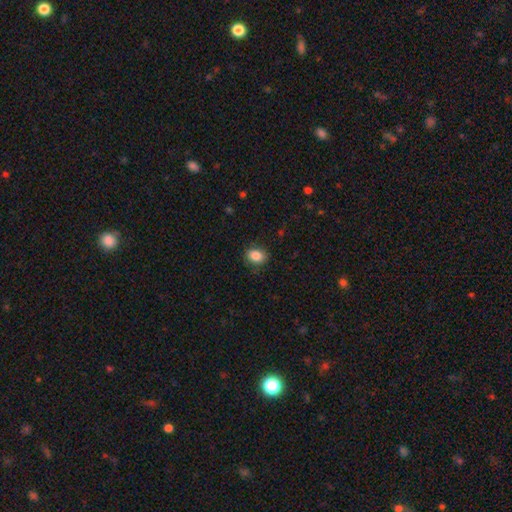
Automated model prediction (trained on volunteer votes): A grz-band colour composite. It shows a smooth galaxy with no disk features (87%) that is in between round and cigar-shaped (66%). Merging: none (84%).